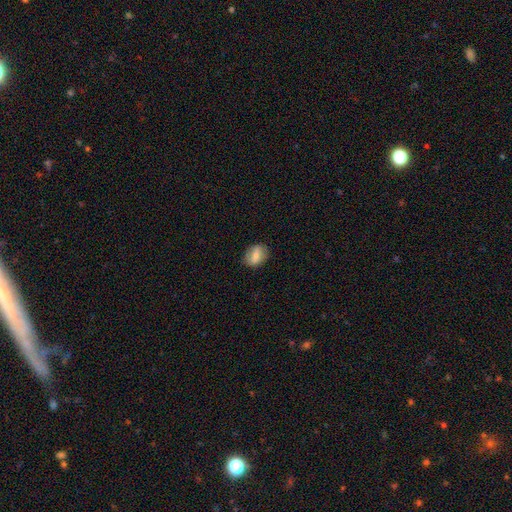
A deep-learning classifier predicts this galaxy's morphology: Overall: smooth (72%). How rounded: in between (76%). Merging: none (79%).